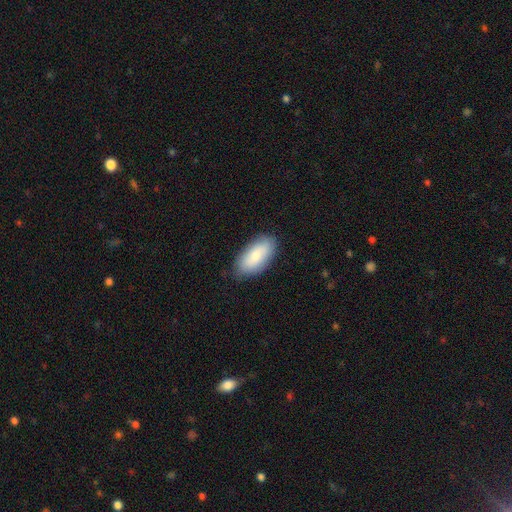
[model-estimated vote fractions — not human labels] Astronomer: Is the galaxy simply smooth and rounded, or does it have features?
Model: smooth — 78%.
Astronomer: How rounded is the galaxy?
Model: in between — 92%.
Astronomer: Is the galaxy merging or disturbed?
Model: none — 84%.